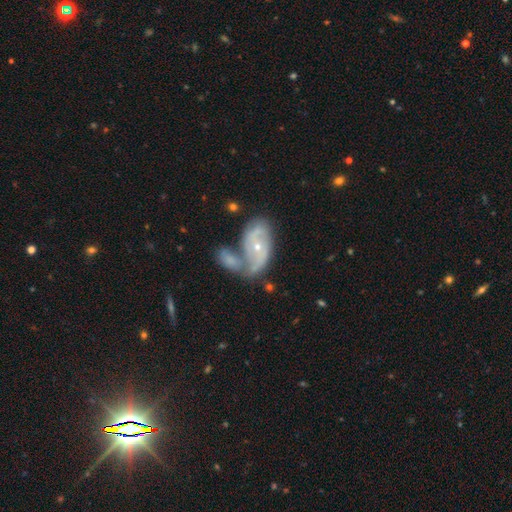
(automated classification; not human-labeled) featured or disk 77%, smooth 15%, star or artifact 7%. Down the decision tree: edge-on disk — no (95%); bar — no (63%); spiral arms — yes (88%); spiral arm count — 2 (56%); spiral winding — medium (41%, tied with tight); bulge size — small (60%); merging — merger (45%).